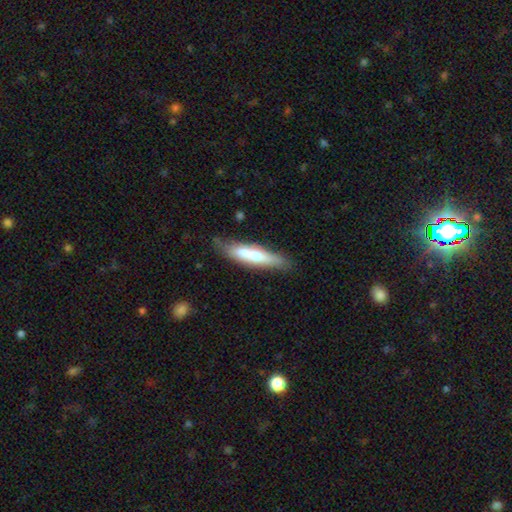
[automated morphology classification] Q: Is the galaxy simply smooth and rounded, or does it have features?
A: smooth — 55%.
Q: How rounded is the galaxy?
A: cigar-shaped — 80%.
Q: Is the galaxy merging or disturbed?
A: none — 70%.